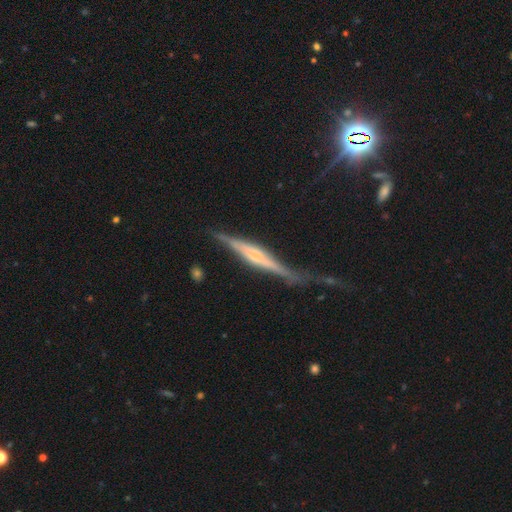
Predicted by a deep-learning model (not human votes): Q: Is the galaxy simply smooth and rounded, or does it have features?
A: featured or disk — 76%.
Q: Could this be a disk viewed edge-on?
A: yes — 95%.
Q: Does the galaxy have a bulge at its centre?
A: rounded — 49%.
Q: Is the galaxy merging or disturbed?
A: none — 58%.